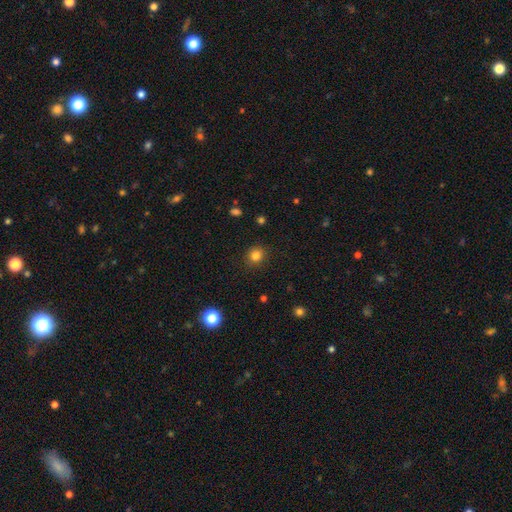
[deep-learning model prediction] Morphology: type=smooth (82%); roundness=round (83%); merging=none (89%).